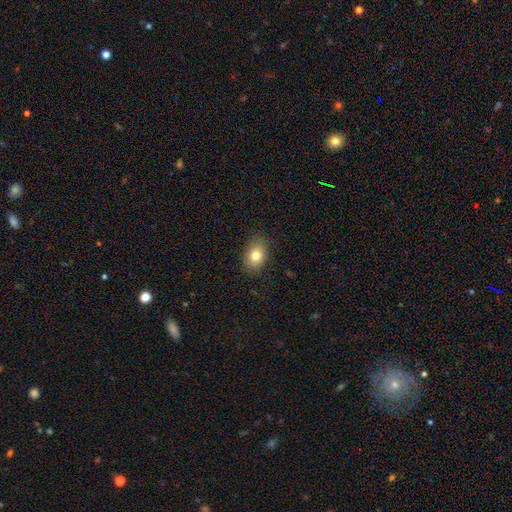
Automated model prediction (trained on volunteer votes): A smooth galaxy with no disk features (80%) that is in between round and cigar-shaped (75%). Merging: none (85%).